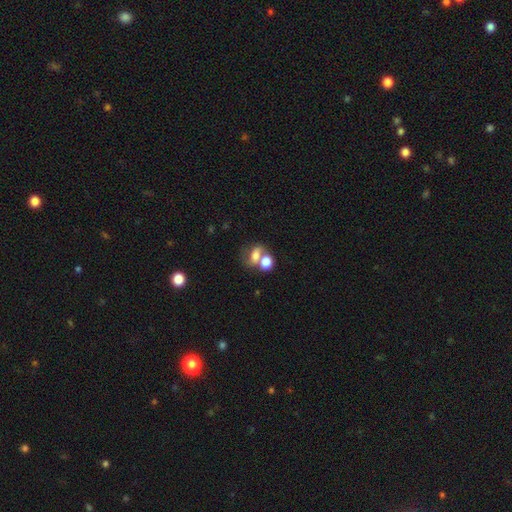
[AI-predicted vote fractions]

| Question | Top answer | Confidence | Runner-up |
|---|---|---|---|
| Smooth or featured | smooth | 64% | featured or disk (24%) |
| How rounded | in between | 65% | round (33%) |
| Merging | merger | 55% | none (27%) |